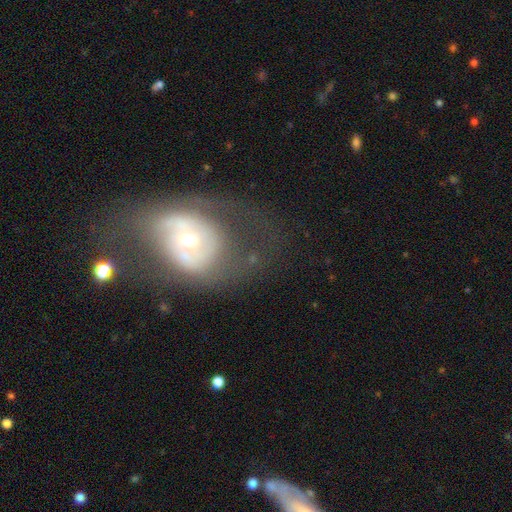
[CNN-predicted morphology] Smooth or featured?
  - featured or disk: 66% *
  - smooth: 24%
  - star or artifact: 10%
Edge-on disk?
  - no: 94% *
  - yes: 6%
Bar?
  - no: 70% *
  - weak: 20%
  - strong: 10%
Spiral arms?
  - yes: 51% *
  - no: 49%
Bulge size?
  - small: 49% *
  - moderate: 43%
  - large: 5%
  - dominant: 2%
  - none: 1%
Merging?
  - none: 46% *
  - major disturbance: 31%
  - minor disturbance: 17%
  - merger: 5%